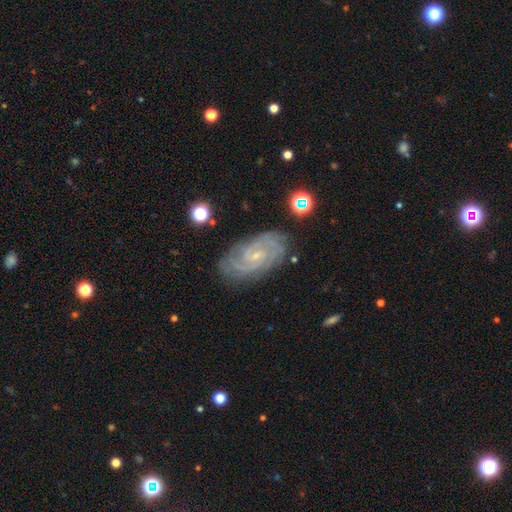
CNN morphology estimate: The model was most divided on "spiral arm count": 2: 35%, can't tell: 25%, 3: 18%, 4: 11%, more than 4: 6%, 1: 5%. More confident: spiral arms — yes (97%); edge-on disk — no (96%); smooth or featured — featured or disk (83%); merging — none (80%); bulge size — small (79%); spiral winding — tight (65%); bar — no (61%).